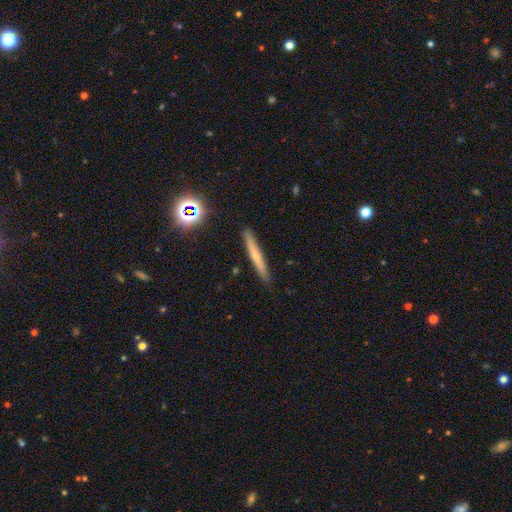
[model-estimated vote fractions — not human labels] Smooth or featured? smooth (46%)
Merging? none (89%)